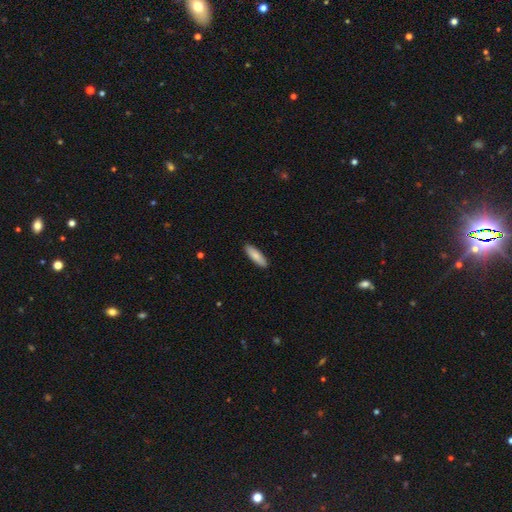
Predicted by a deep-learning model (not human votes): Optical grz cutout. It shows a smooth galaxy with no disk features (82%) that is cigar-shaped (52%). Merging: none (90%).